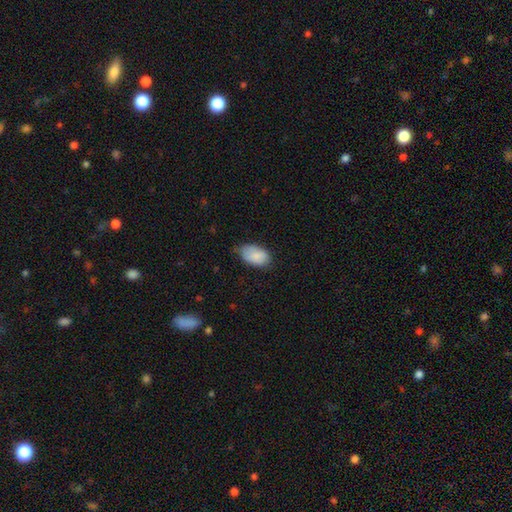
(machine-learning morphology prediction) The model was most divided on "merging": none: 63%, minor disturbance: 31%, major disturbance: 5%, merger: 1%. More confident: how rounded — in between (94%); smooth or featured — smooth (86%).